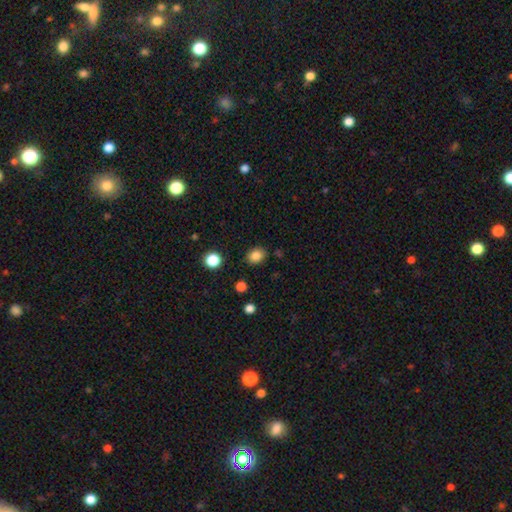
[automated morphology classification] Q: Smooth or featured?
A: smooth (84%); runner-up: star or artifact (11%)
Q: How rounded?
A: in between (50%); runner-up: round (49%)
Q: Merging?
A: none (85%); runner-up: minor disturbance (9%)